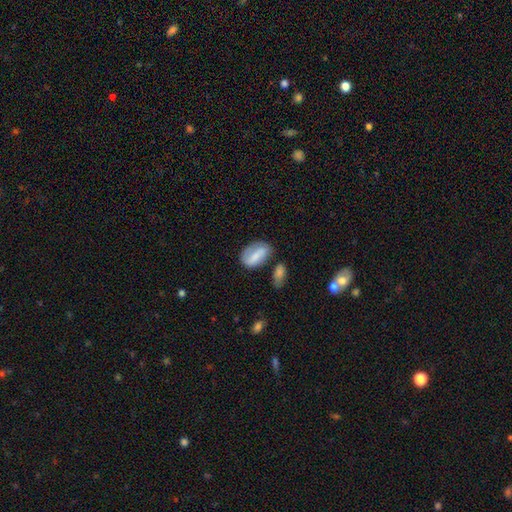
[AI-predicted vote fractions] The model was most divided on "smooth or featured": smooth: 62%, featured or disk: 31%, star or artifact: 7%. More confident: how rounded — in between (87%); merging — none (58%).